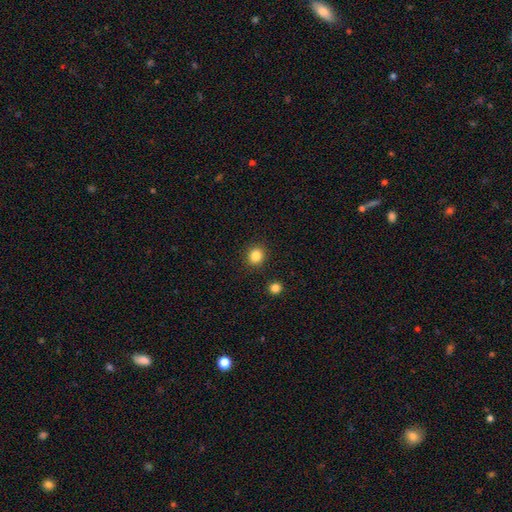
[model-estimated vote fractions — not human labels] This appears to be a smooth galaxy with no disk features (85%) that is round (84%). Merging: none (90%).